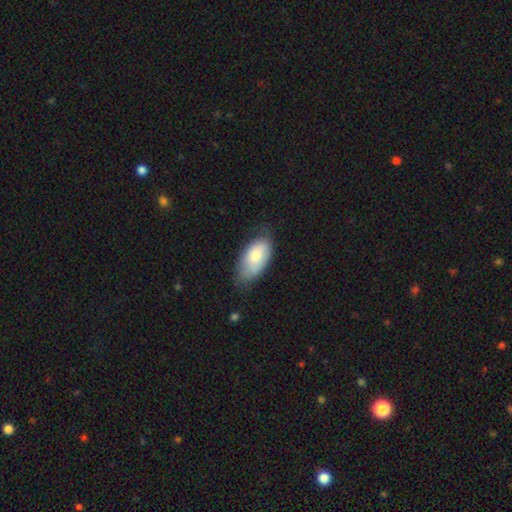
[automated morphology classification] Overall: smooth (74%). How rounded: in between (94%). Merging: none (54%; minor disturbance 35%).